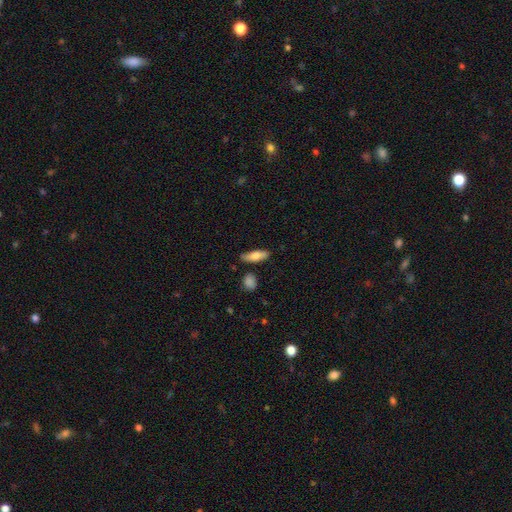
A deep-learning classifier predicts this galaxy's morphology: This is likely a smooth galaxy (75%). How rounded: possibly in between (57%). Merging: likely none (76%).